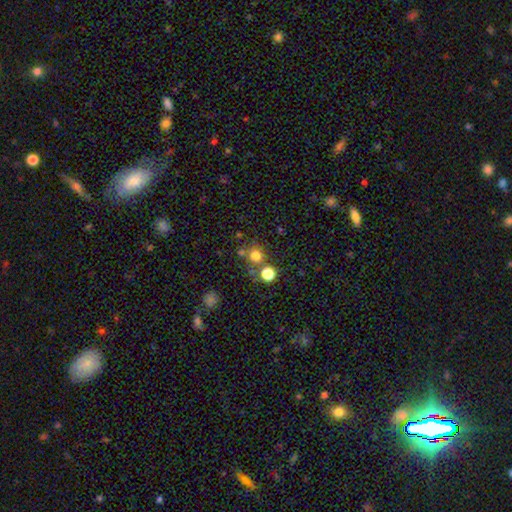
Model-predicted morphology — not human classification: This is likely a smooth galaxy (75%). How rounded: clearly round (90%). Merging: likely none (68%).